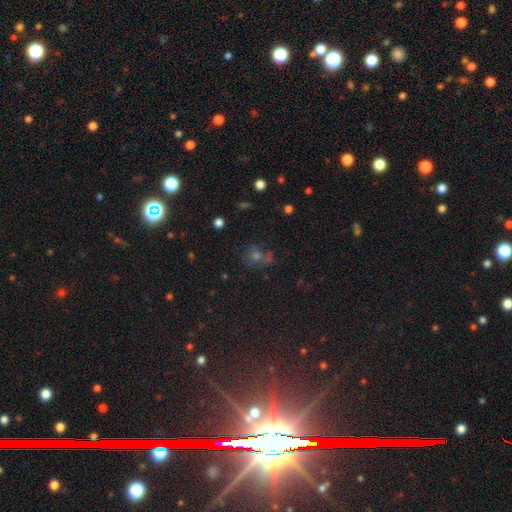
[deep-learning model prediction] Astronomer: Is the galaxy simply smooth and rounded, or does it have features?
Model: smooth — 48% (runner-up: star or artifact, 37%).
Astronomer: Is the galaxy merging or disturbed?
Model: none — 57%.